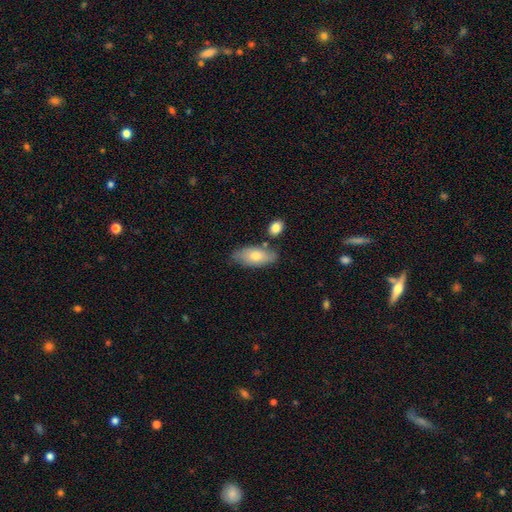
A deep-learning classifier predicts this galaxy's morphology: The model was most divided on "smooth or featured": smooth: 70%, featured or disk: 24%, star or artifact: 6%. More confident: how rounded — in between (86%); merging — none (72%).